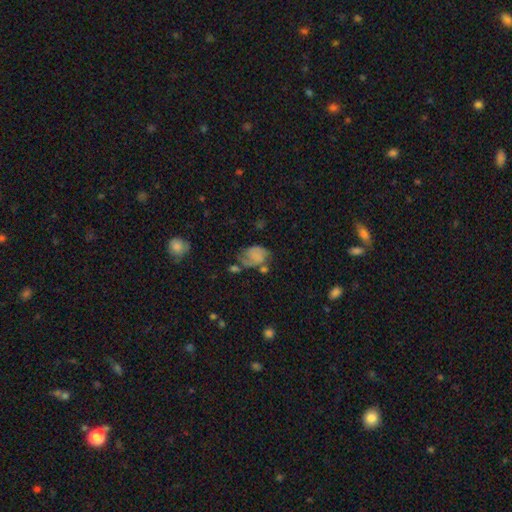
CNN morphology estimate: type=smooth (50%); merging=none (34%).